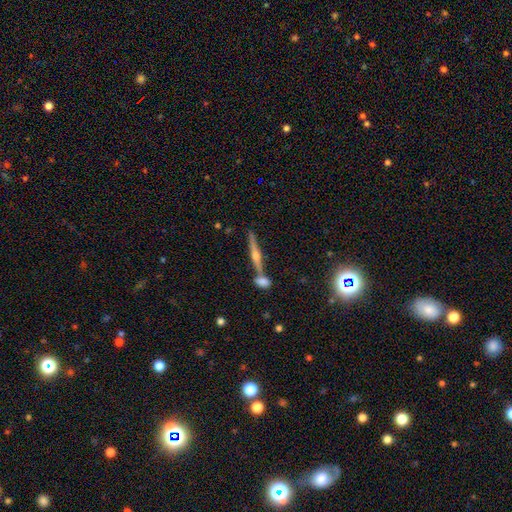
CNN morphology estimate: Overall: featured or disk (72%). Edge-on disk: yes (97%). Edge-on bulge: rounded (91%). Merging: none (70%).